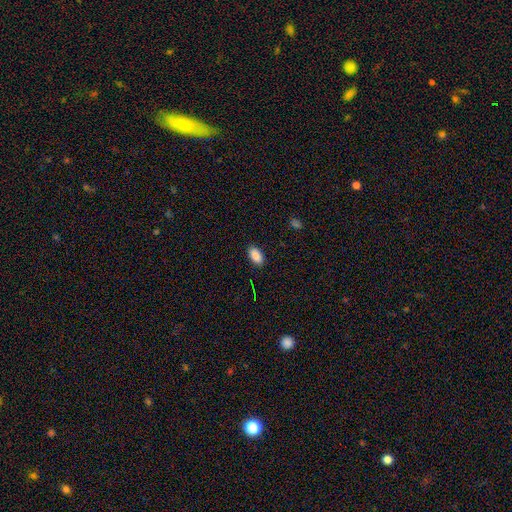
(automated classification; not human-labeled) Smooth or featured? Predicted: smooth (p=0.88). How rounded? Predicted: in between (p=0.94). Merging? Predicted: none (p=0.88).